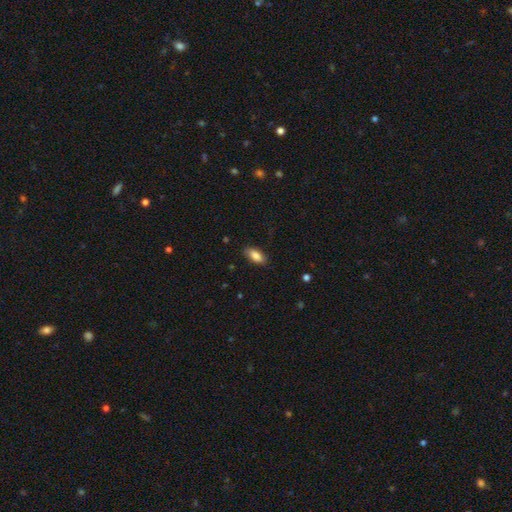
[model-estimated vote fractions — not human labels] This is clearly a smooth galaxy (86%). How rounded: clearly in between (88%). Merging: clearly none (84%).